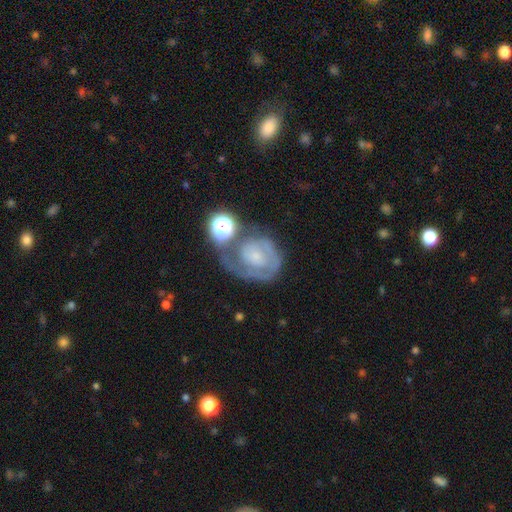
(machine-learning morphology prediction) smooth-or-featured: featured or disk: 65% | smooth: 25% | star or artifact: 10%
  disk-edge-on: no: 97% | yes: 3%
    bar: no: 77% | weak: 19% | strong: 4%
    has-spiral-arms: yes: 71% | no: 29%
    bulge-size: small: 53% | moderate: 22% | none: 17% | large: 5% | dominant: 2%
  merging: none: 39% | major disturbance: 25% | minor disturbance: 22% | merger: 14%